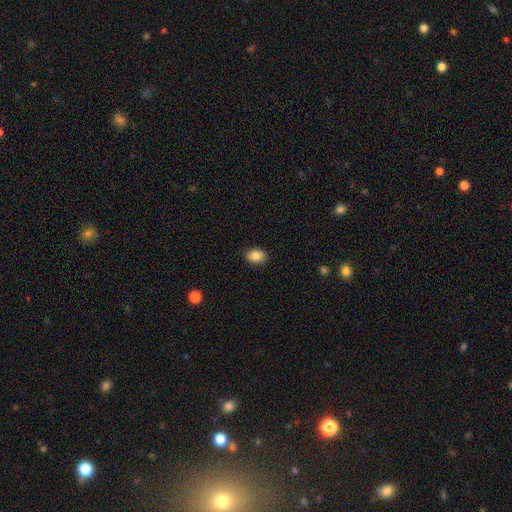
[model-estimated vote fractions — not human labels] This is clearly a smooth galaxy (86%). How rounded: likely in between (74%). Merging: clearly none (88%).